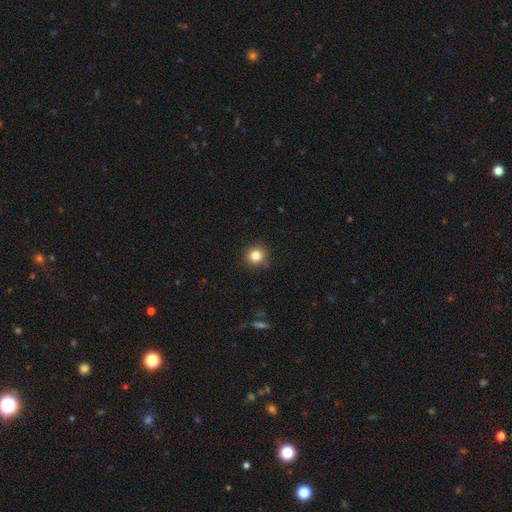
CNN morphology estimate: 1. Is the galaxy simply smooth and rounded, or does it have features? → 83% smooth, 12% star or artifact, 5% featured or disk.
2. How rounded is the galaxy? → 93% round, 6% in between, 1% cigar-shaped.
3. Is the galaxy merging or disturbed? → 88% none, 8% minor disturbance, 2% major disturbance, 1% merger.